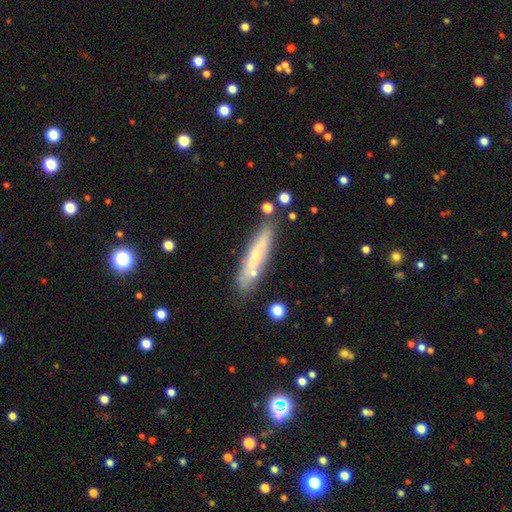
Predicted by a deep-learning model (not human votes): A smooth galaxy with no disk features (53%) that is cigar-shaped (84%). Merging: none (78%).